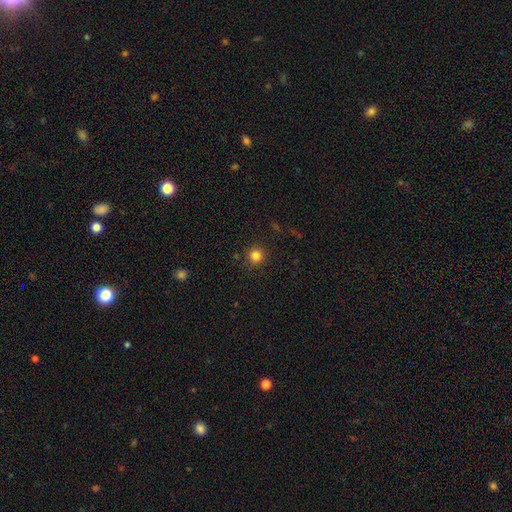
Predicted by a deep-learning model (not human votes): A smooth galaxy with no disk features (83%) that is round (95%).

Vote fractions:
- Smooth or featured? smooth: 83% / star or artifact: 12% / featured or disk: 4%
- How rounded? round: 95% / in between: 5% / cigar-shaped: 1%
- Merging? none: 89% / minor disturbance: 7% / major disturbance: 3% / merger: 1%